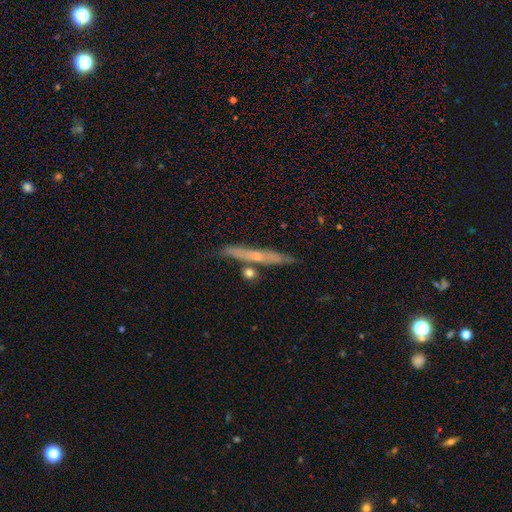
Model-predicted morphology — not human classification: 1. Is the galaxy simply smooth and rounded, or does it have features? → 54% featured or disk, 38% smooth, 7% star or artifact.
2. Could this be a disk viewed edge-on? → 93% yes, 7% no.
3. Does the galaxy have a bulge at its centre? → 57% none, 39% rounded, 4% boxy.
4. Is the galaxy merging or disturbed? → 79% none, 12% minor disturbance, 6% merger, 3% major disturbance.